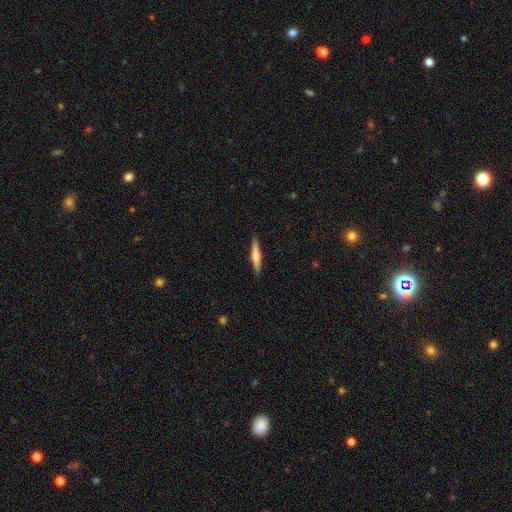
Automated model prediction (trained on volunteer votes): This is possibly a smooth galaxy (52%). How rounded: clearly cigar-shaped (92%). Merging: clearly none (90%).